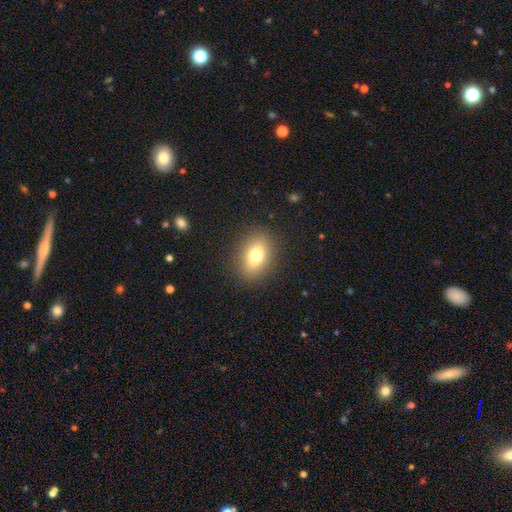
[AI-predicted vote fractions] The model was most divided on "how rounded": in between: 70%, round: 28%, cigar-shaped: 2%. More confident: merging — none (87%); smooth or featured — smooth (75%).